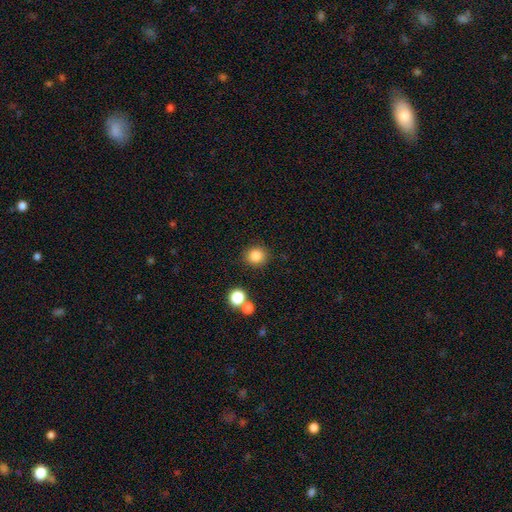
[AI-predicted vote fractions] Smooth or featured? Predicted: smooth (p=0.85). How rounded? Predicted: round (p=0.89). Merging? Predicted: none (p=0.86).